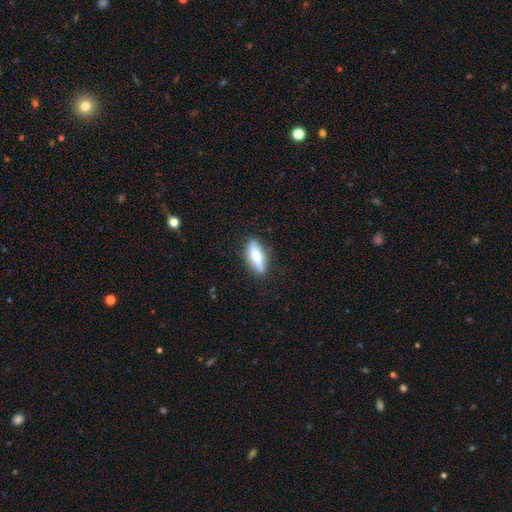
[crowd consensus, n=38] A featured or disk galaxy (63%) viewed edge-on (88%) with a rounded central bulge (90%). Merging: none (89%).